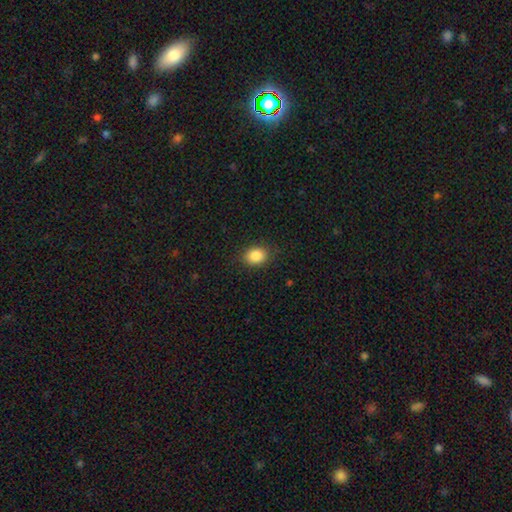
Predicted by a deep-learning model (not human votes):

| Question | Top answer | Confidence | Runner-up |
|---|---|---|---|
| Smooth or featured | smooth | 86% | star or artifact (9%) |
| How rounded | in between | 52% | round (47%) |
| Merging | none | 87% | minor disturbance (9%) |